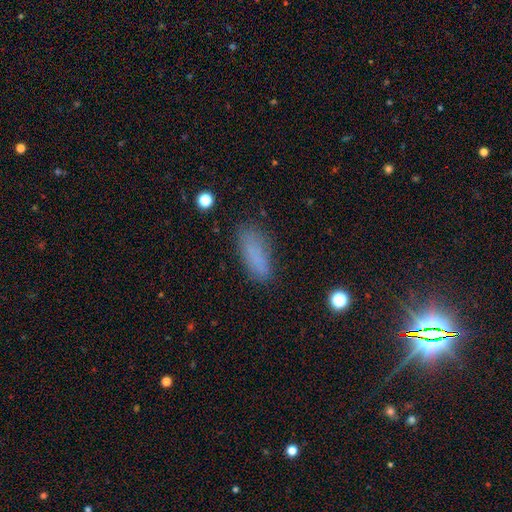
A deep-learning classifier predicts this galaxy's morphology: This appears to be a smooth galaxy with no disk features (81%) that is in between round and cigar-shaped (67%). Merging: none (78%).